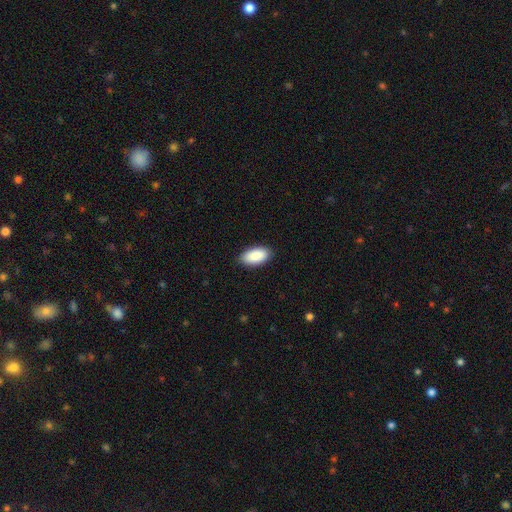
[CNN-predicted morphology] This is clearly a smooth galaxy (91%). How rounded: clearly in between (94%). Merging: clearly none (88%).